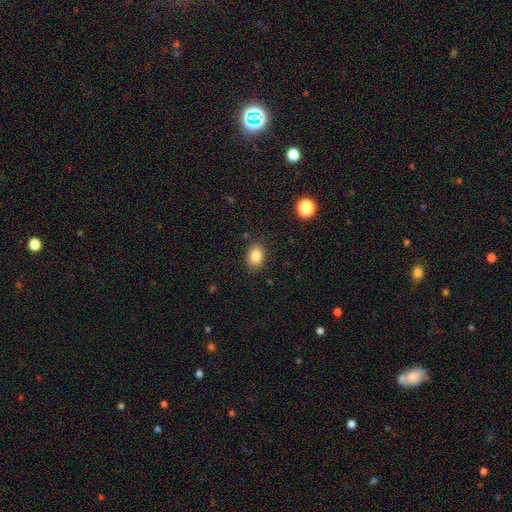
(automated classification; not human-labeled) Smooth or featured? smooth (85%)
How rounded? in between (74%)
Merging? none (86%)